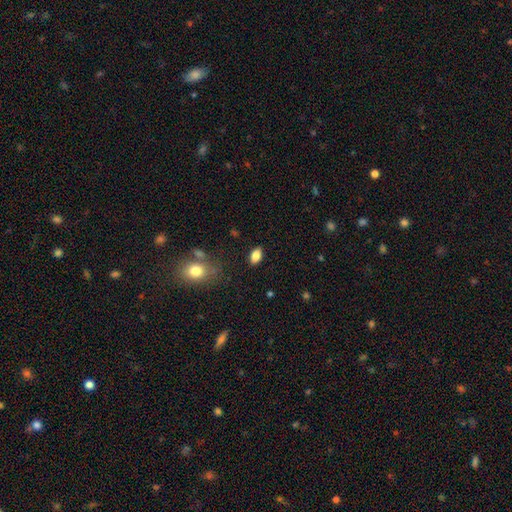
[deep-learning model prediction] smooth 82%, featured or disk 9%, star or artifact 9%. Down the decision tree: how rounded — in between (89%); merging — none (86%).